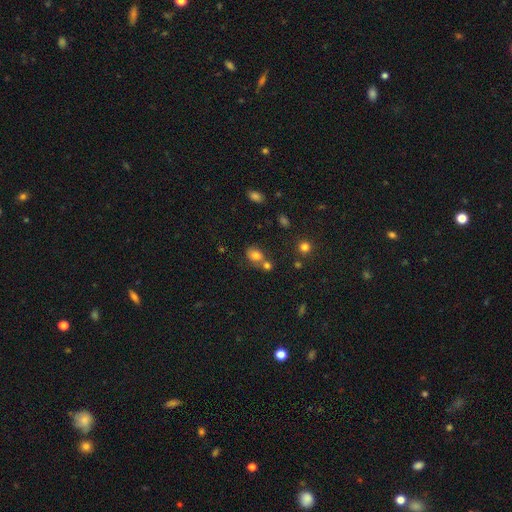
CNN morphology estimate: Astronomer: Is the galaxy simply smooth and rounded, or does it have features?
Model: smooth — 75%.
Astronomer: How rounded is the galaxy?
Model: in between — 63%.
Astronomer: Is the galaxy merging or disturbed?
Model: none — 45% (runner-up: merger, 34%).